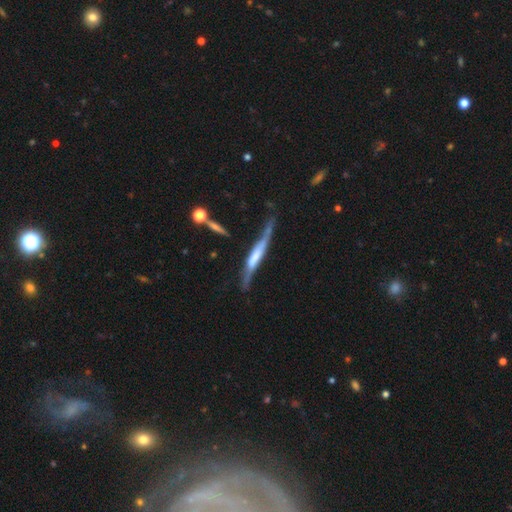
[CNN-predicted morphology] smooth_or_featured: featured or disk (p=0.68) [alt: smooth p=0.26]
disk_edge_on: yes (p=0.84) [alt: no p=0.16]
edge_on_bulge: boxy (p=0.51) [alt: none p=0.27]
merging: none (p=0.48) [alt: minor disturbance p=0.28]